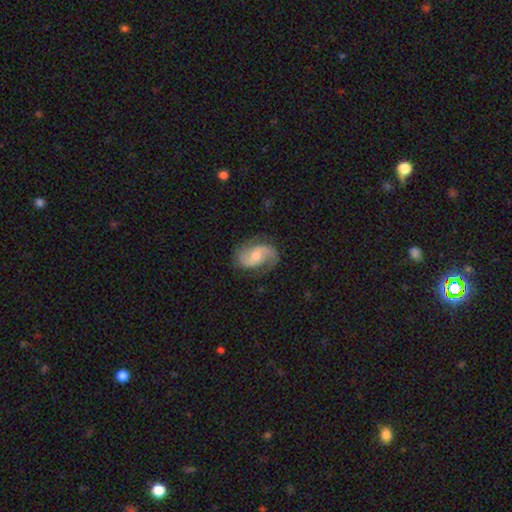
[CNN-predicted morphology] featured or disk 82%, smooth 12%, star or artifact 5%. Down the decision tree: edge-on disk — no (98%); bar — no (50%); spiral arms — yes (96%); spiral arm count — 2 (89%); spiral winding — medium (47%); bulge size — moderate (54%); merging — none (74%).